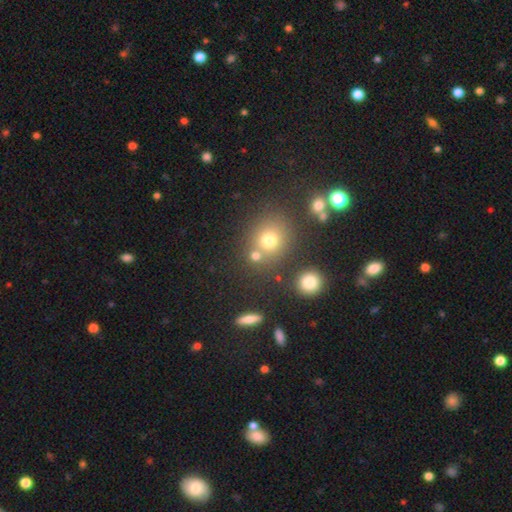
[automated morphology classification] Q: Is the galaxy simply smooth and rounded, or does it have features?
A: smooth — 70%.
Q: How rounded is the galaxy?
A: round — 80%.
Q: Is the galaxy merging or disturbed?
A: none — 66%.